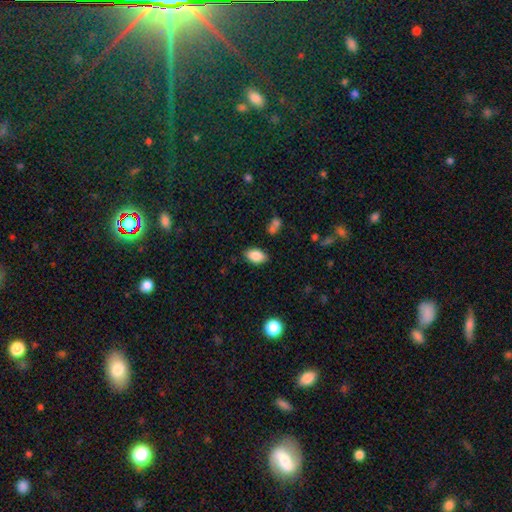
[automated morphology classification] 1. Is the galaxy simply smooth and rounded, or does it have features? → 86% smooth, 8% star or artifact, 6% featured or disk.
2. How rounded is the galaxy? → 91% in between, 7% round, 2% cigar-shaped.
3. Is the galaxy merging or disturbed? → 83% none, 12% minor disturbance, 3% major disturbance, 3% merger.